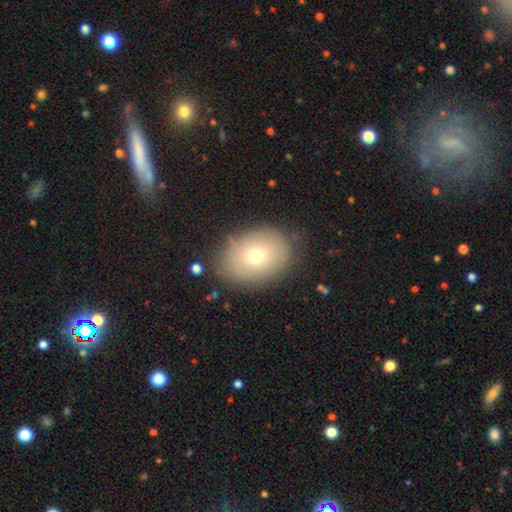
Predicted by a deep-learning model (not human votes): This is likely a smooth galaxy (69%). How rounded: likely in between (65%). Merging: clearly none (81%).